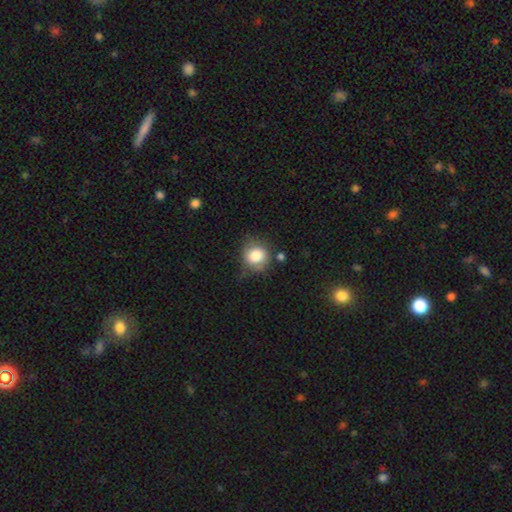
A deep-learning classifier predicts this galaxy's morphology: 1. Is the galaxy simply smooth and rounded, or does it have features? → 79% smooth, 12% featured or disk, 9% star or artifact.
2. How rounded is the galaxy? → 82% round, 17% in between, 1% cigar-shaped.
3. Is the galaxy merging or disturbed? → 60% none, 26% minor disturbance, 9% major disturbance, 5% merger.